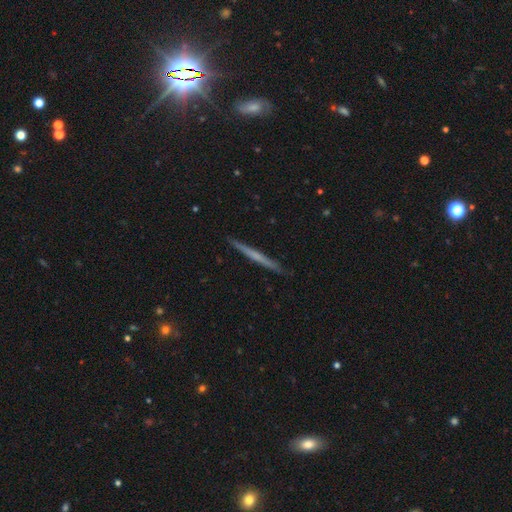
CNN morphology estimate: Smooth or featured? Predicted: featured or disk (p=0.54). Edge-on disk? Predicted: yes (p=0.98). Edge-on bulge? Predicted: none (p=0.79). Merging? Predicted: none (p=0.92).